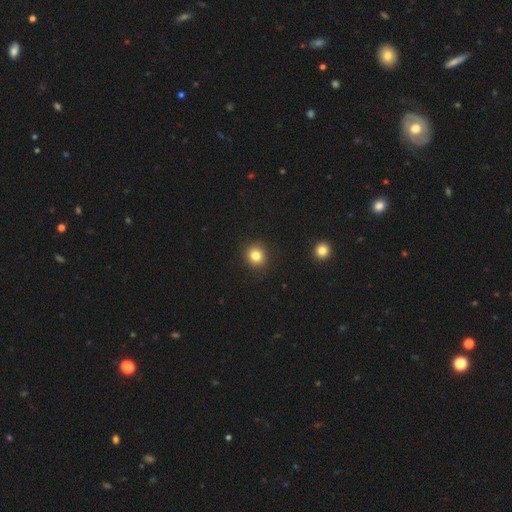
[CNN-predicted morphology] This appears to be a smooth galaxy with no disk features (82%) that is round (88%). Merging: none (91%).